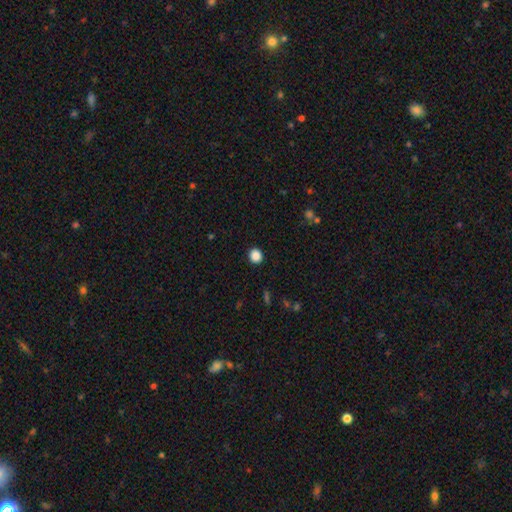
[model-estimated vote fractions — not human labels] Smooth or featured? smooth (87%)
How rounded? round (79%)
Merging? none (92%)